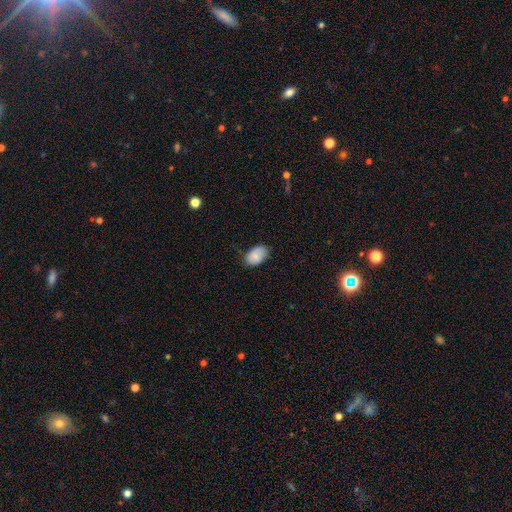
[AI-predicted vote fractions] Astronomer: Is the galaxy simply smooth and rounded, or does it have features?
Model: smooth — 85%.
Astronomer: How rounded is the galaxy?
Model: in between — 91%.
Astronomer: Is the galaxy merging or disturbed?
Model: none — 71%.